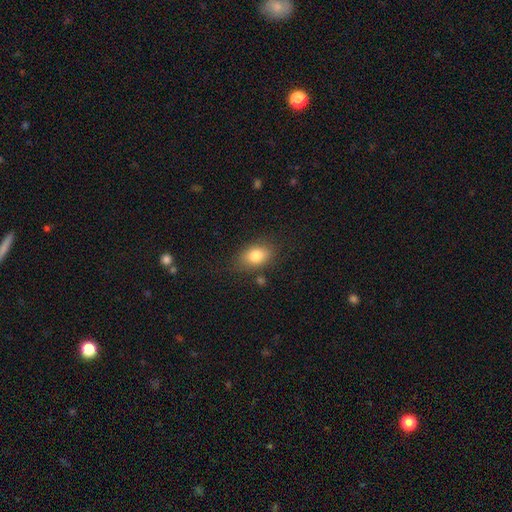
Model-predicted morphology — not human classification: Smooth or featured?
  - smooth: 81% *
  - featured or disk: 11%
  - star or artifact: 9%
How rounded?
  - in between: 81% *
  - round: 18%
  - cigar-shaped: 2%
Merging?
  - none: 77% *
  - minor disturbance: 15%
  - major disturbance: 4%
  - merger: 3%